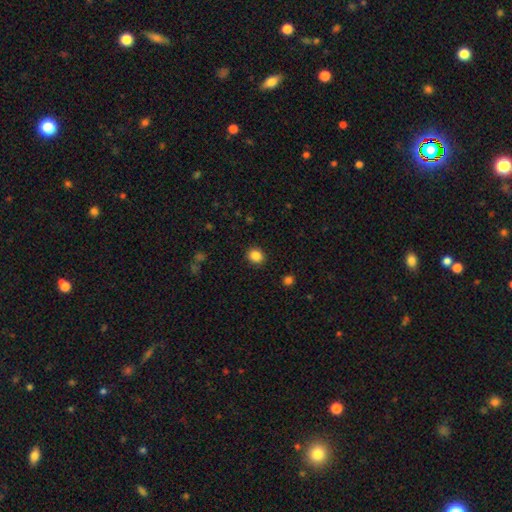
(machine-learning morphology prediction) smooth-or-featured: smooth: 86% | star or artifact: 10% | featured or disk: 4%
  how-rounded: round: 78% | in between: 21% | cigar-shaped: 1%
  merging: none: 91% | minor disturbance: 6% | major disturbance: 2% | merger: 1%